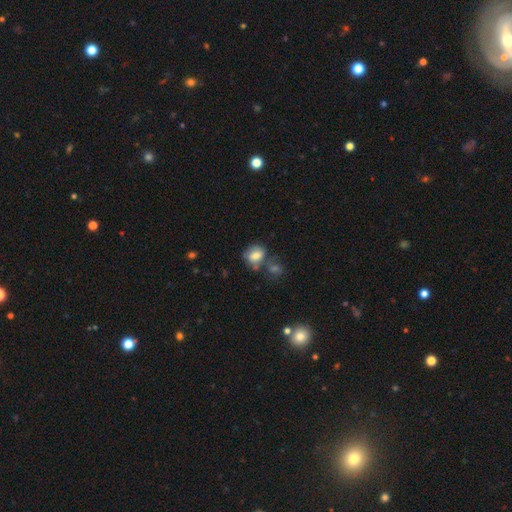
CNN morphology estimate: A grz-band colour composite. It shows a smooth galaxy with no disk features (72%) that is in between round and cigar-shaped (54%). Merging: none (45%).